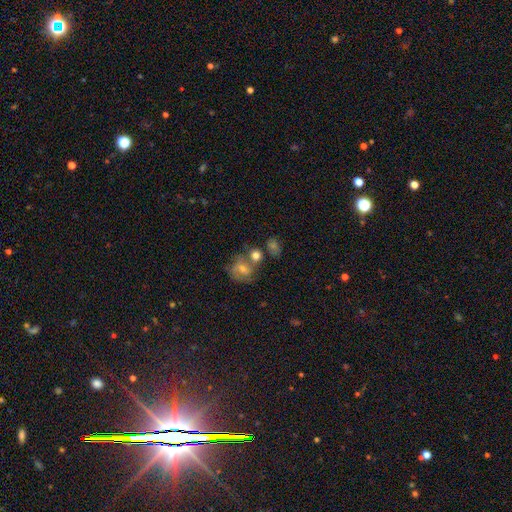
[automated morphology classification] type=smooth (58%); roundness=round (61%); merging=none (47%).